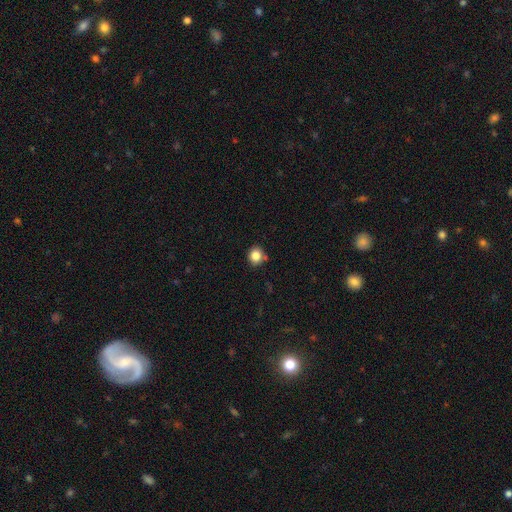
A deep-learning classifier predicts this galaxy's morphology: Overall: smooth (84%). How rounded: round (81%). Merging: none (80%).